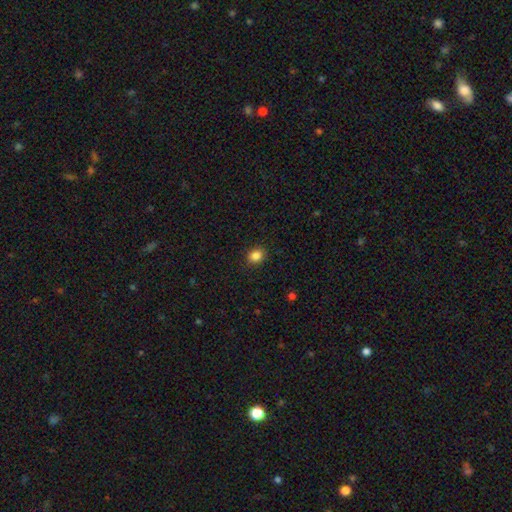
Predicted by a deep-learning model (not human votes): This is clearly a smooth galaxy (86%). How rounded: likely round (63%). Merging: clearly none (90%).